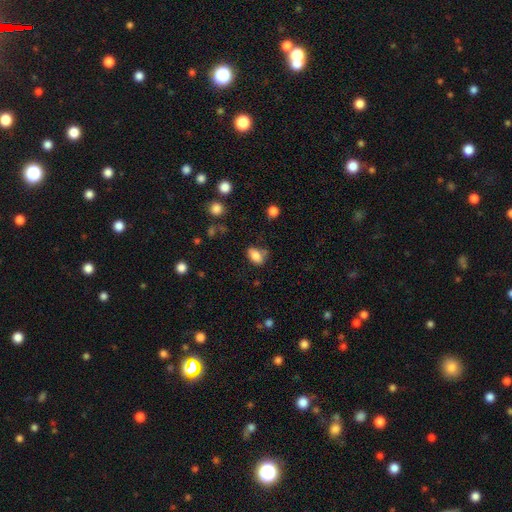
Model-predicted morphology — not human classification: Smooth or featured?
  - smooth: 83% *
  - star or artifact: 9%
  - featured or disk: 8%
How rounded?
  - in between: 88% *
  - round: 10%
  - cigar-shaped: 2%
Merging?
  - none: 64% *
  - minor disturbance: 23%
  - merger: 7%
  - major disturbance: 7%